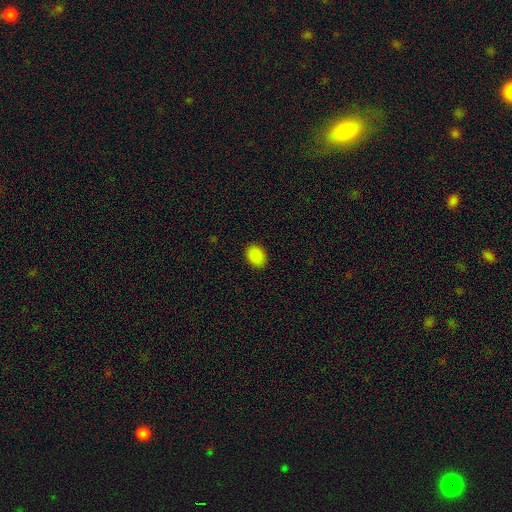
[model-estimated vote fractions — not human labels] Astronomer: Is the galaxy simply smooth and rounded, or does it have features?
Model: smooth — 88%.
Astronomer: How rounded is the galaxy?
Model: in between — 64%.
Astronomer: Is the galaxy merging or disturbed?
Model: none — 89%.